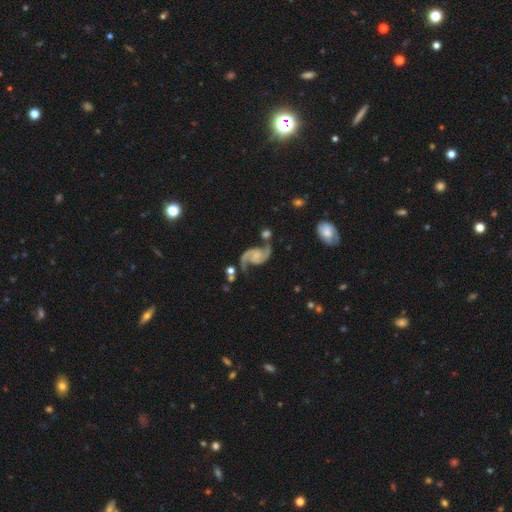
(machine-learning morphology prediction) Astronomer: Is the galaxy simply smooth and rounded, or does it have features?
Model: featured or disk — 92%.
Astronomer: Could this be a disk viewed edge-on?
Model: no — 98%.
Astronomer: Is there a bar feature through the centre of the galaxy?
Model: no — 61%.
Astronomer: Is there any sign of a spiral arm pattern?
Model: yes — 98%.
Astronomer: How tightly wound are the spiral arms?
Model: medium — 48% (runner-up: loose, 40%).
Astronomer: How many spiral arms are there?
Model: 2 — 94%.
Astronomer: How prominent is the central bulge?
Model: none — 43% (runner-up: small, 34%).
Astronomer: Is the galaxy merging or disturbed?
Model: none — 61%.